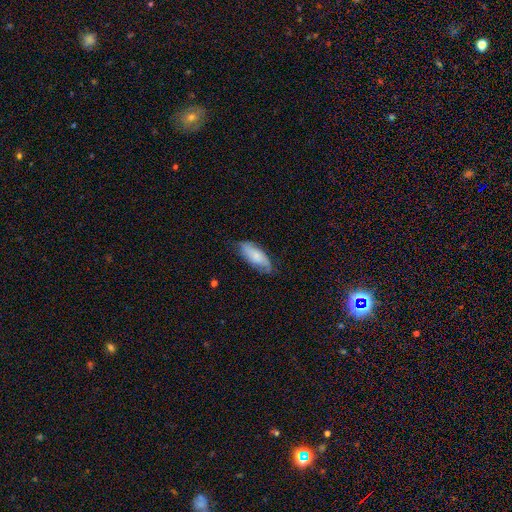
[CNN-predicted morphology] type=smooth (66%); roundness=in between (77%); merging=none (67%).